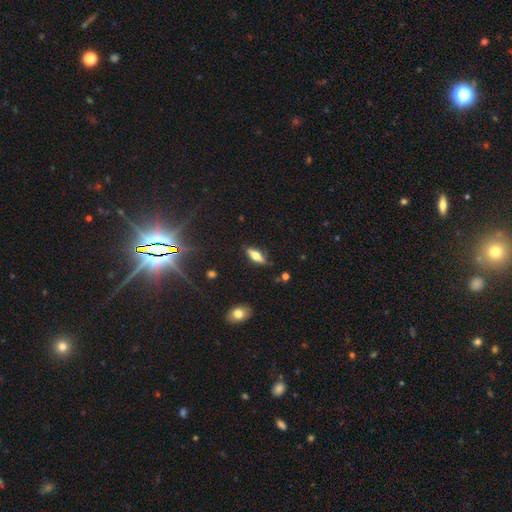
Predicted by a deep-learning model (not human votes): smooth 59%, featured or disk 33%, star or artifact 8%. Down the decision tree: how rounded — in between (58%); merging — none (81%).